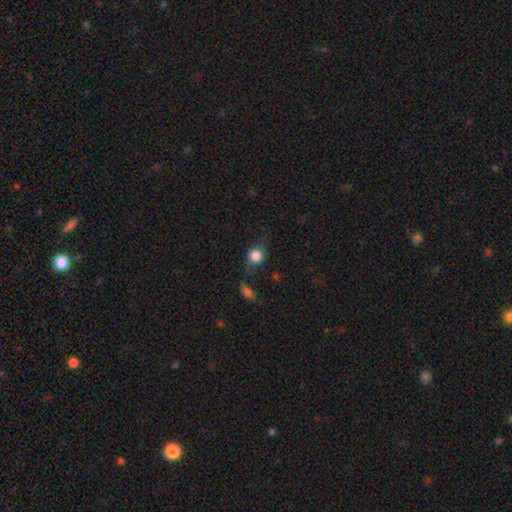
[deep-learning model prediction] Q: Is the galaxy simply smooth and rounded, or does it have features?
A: smooth — 72%.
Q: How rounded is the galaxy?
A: round — 70%.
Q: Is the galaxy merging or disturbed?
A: none — 55%.